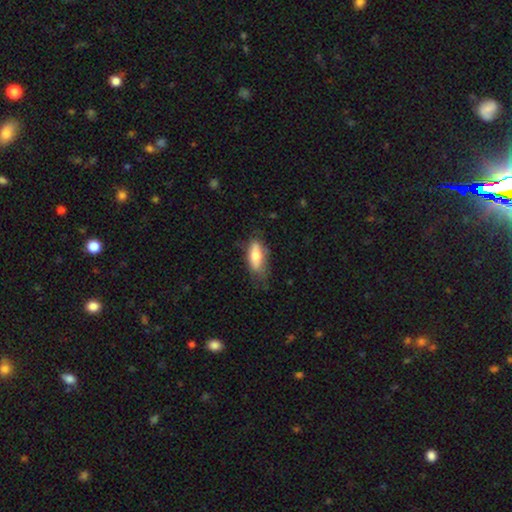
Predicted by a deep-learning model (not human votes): Morphology: type=smooth (70%); roundness=in between (75%); merging=none (58%).